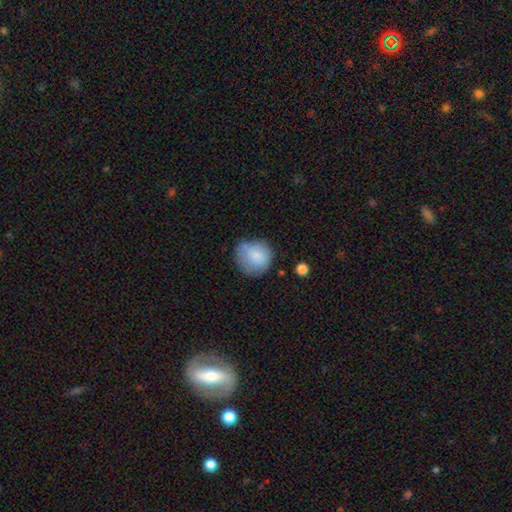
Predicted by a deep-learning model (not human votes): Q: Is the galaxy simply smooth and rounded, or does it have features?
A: smooth — 82%.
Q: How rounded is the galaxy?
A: round — 86%.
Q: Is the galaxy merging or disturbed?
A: none — 63%.